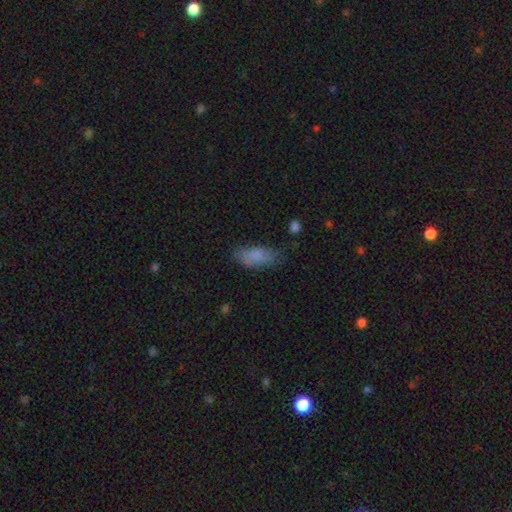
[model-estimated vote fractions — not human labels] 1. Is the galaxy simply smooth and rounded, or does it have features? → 82% smooth, 11% featured or disk, 8% star or artifact.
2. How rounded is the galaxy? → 79% in between, 19% cigar-shaped, 2% round.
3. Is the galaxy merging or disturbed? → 70% none, 22% minor disturbance, 6% major disturbance, 2% merger.